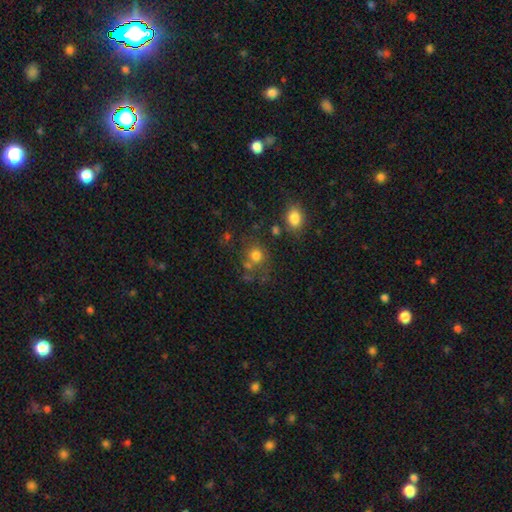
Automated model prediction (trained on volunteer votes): smooth 75%, star or artifact 14%, featured or disk 11%. Down the decision tree: how rounded — round (76%); merging — none (58%).